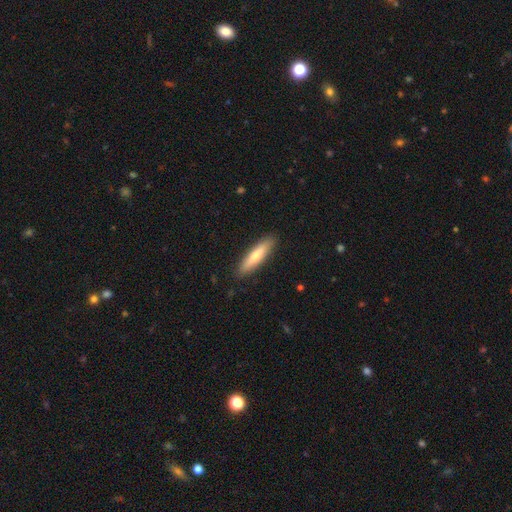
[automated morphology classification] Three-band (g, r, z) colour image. It shows a smooth galaxy with no disk features (59%) that is cigar-shaped (80%). Merging: none (90%).